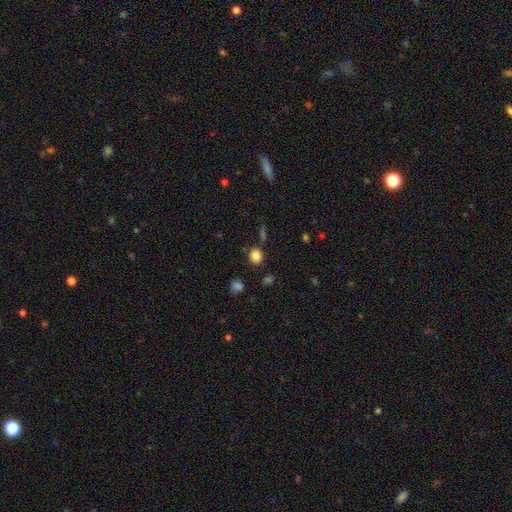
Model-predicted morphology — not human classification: A smooth galaxy with no disk features (83%) that is round (73%).

Vote fractions:
- Smooth or featured? smooth: 83% / star or artifact: 12% / featured or disk: 5%
- How rounded? round: 73% / in between: 25% / cigar-shaped: 1%
- Merging? none: 81% / minor disturbance: 10% / merger: 5% / major disturbance: 3%